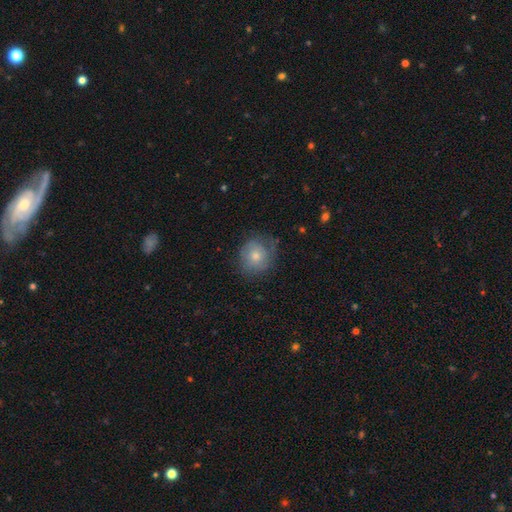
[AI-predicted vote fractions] The model was most divided on "smooth or featured": smooth: 65%, featured or disk: 28%, star or artifact: 7%. More confident: how rounded — round (83%); merging — none (64%).